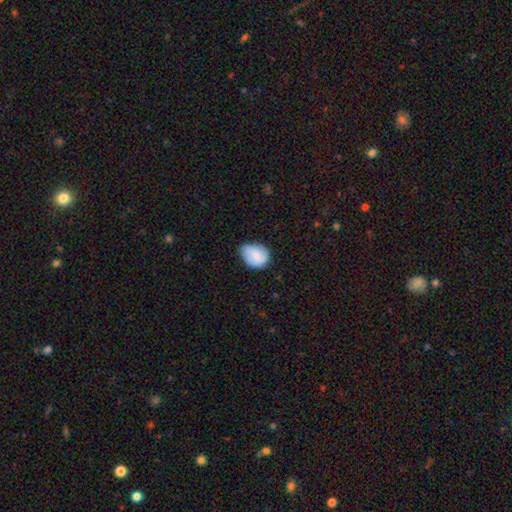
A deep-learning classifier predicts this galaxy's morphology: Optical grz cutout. It shows a smooth galaxy with no disk features (80%) that is in between round and cigar-shaped (51%). Merging: none (56%).